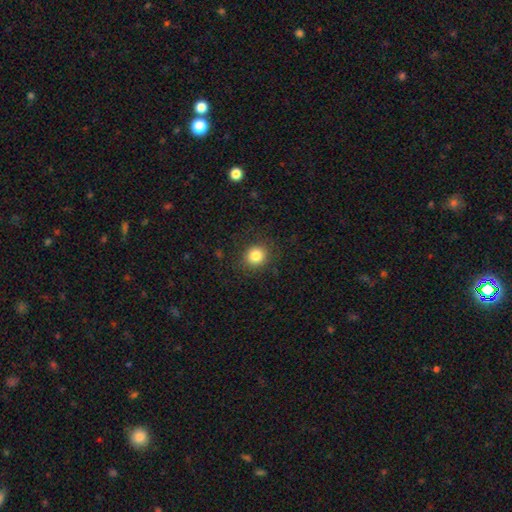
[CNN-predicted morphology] Overall: smooth (83%). How rounded: round (88%). Merging: none (88%).